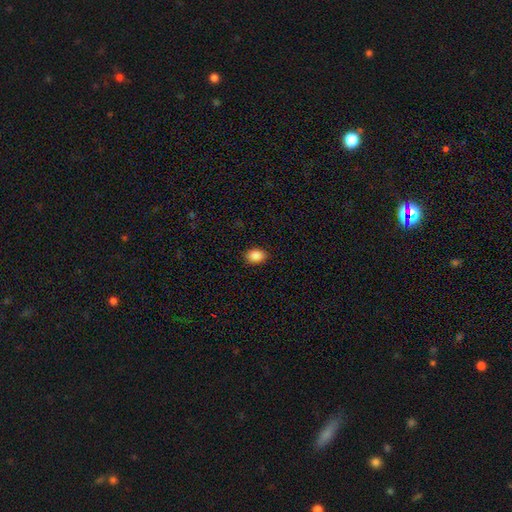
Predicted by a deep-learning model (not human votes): smooth_or_featured: smooth (p=0.89) [alt: star or artifact p=0.08]
how_rounded: in between (p=0.77) [alt: round p=0.22]
merging: none (p=0.88) [alt: minor disturbance p=0.09]